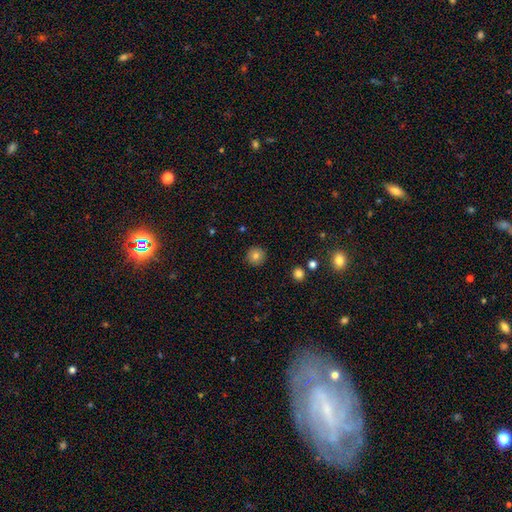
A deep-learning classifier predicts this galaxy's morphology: smooth 80%, star or artifact 11%, featured or disk 8%. Down the decision tree: how rounded — round (95%); merging — none (91%).